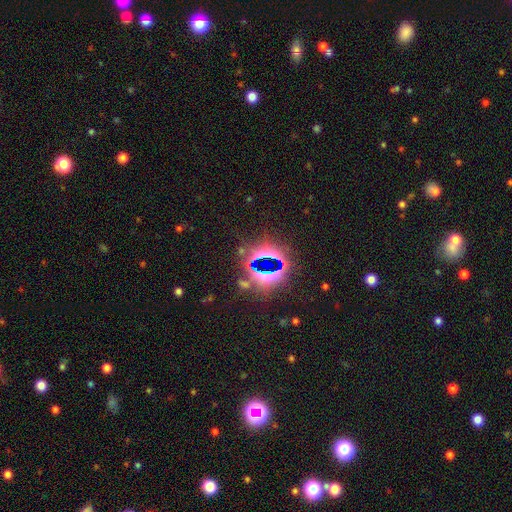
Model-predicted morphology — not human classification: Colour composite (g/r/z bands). It shows a star or artifact, not a galaxy (78%).